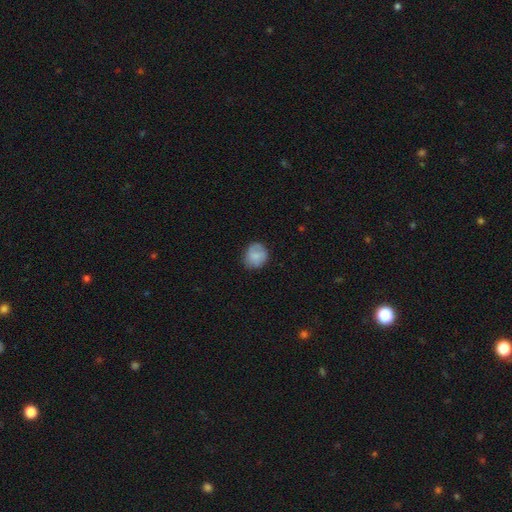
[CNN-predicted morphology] type=smooth (80%); roundness=round (74%); merging=none (72%).